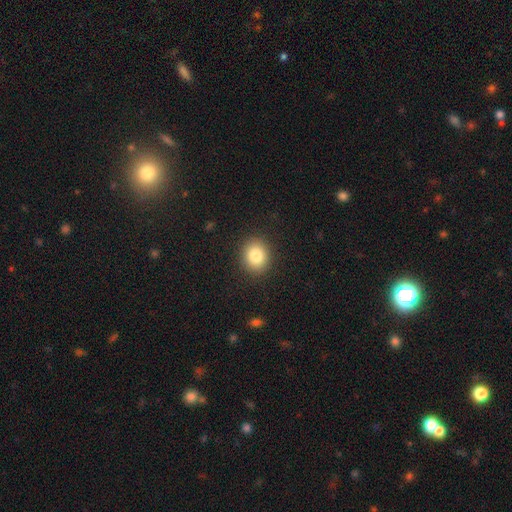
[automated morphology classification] This is clearly a smooth galaxy (84%). How rounded: likely round (74%). Merging: clearly none (90%).